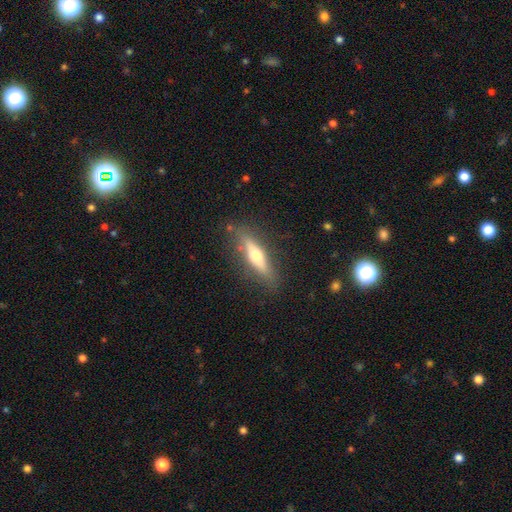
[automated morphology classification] Smooth or featured?
  - featured or disk: 48% *
  - smooth: 46%
  - star or artifact: 6%
Merging?
  - none: 83% *
  - minor disturbance: 12%
  - major disturbance: 3%
  - merger: 2%